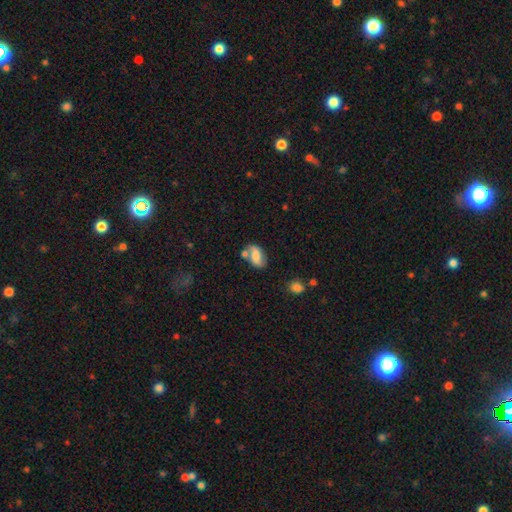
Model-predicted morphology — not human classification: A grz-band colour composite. It shows a smooth galaxy with no disk features (57%) that is in between round and cigar-shaped (86%). Merging: none (51%).